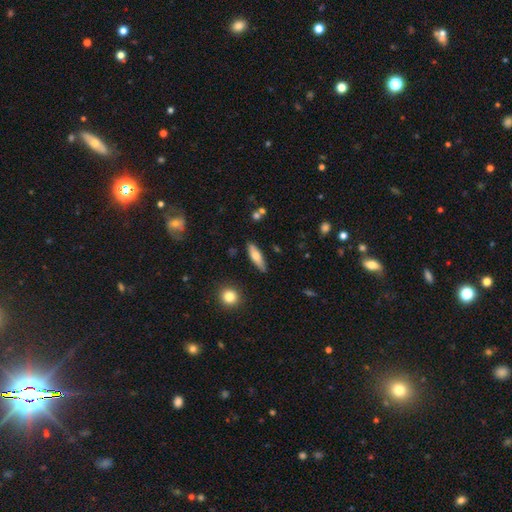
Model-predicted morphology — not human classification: Smooth or featured: smooth — 66% (featured or disk — 27%)
How rounded: cigar-shaped — 55% (in between — 42%)
Merging: none — 83% (minor disturbance — 12%)